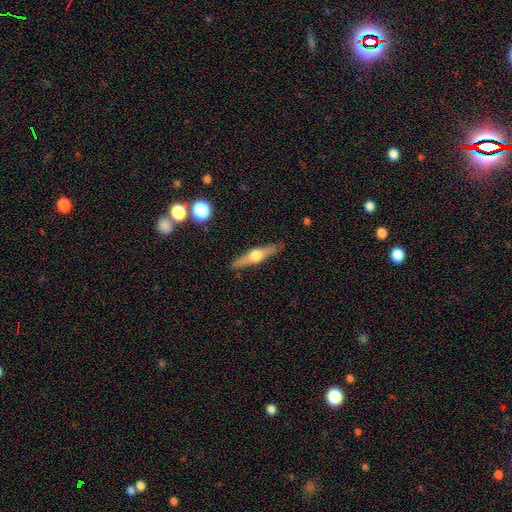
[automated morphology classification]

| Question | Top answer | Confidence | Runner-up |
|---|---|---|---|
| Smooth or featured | featured or disk | 68% | smooth (26%) |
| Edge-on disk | yes | 96% | no (4%) |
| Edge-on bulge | rounded | 95% | boxy (3%) |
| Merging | none | 88% | minor disturbance (9%) |